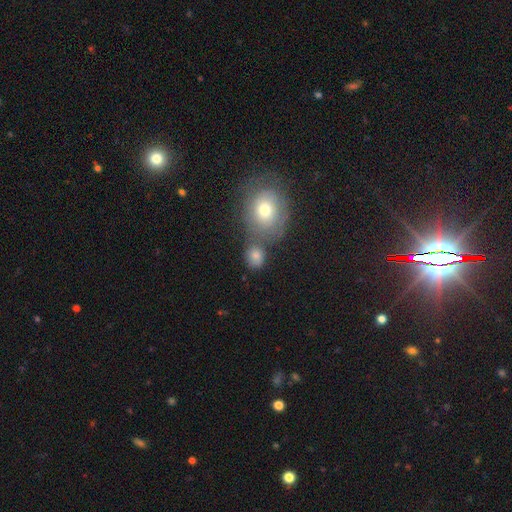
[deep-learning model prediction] smooth-or-featured: smooth: 78% | featured or disk: 11% | star or artifact: 11%
  how-rounded: round: 69% | in between: 30% | cigar-shaped: 1%
  merging: none: 55% | merger: 27% | minor disturbance: 12% | major disturbance: 5%